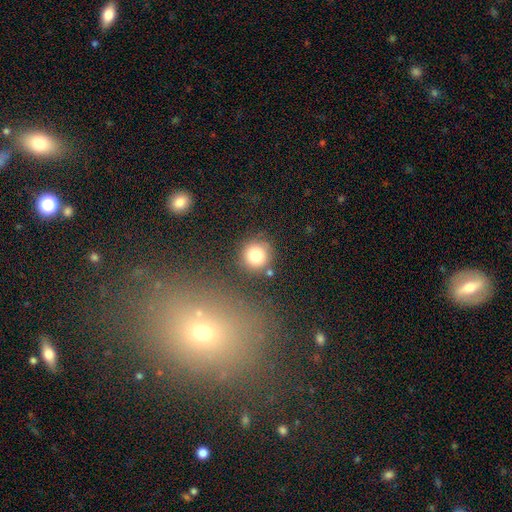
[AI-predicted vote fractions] This appears to be a smooth galaxy with no disk features (80%) that is round (92%). Merging: none (79%).